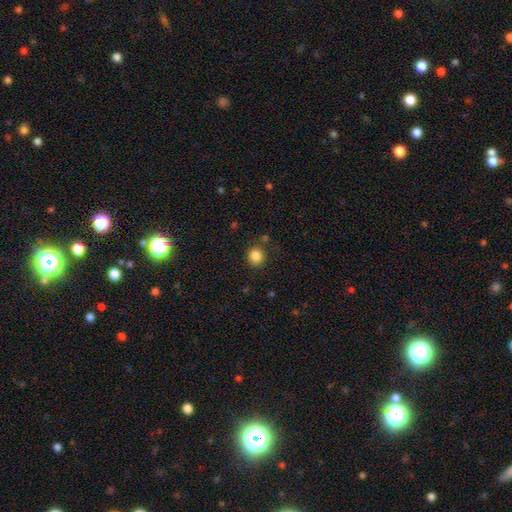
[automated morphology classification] A smooth galaxy with no disk features (84%) that is round (86%). Merging: none (83%).